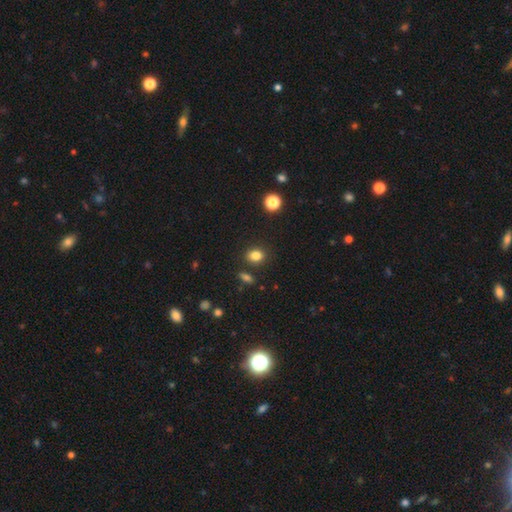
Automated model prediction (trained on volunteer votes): This appears to be a smooth galaxy with no disk features (83%) that is round (55%). Merging: none (84%).